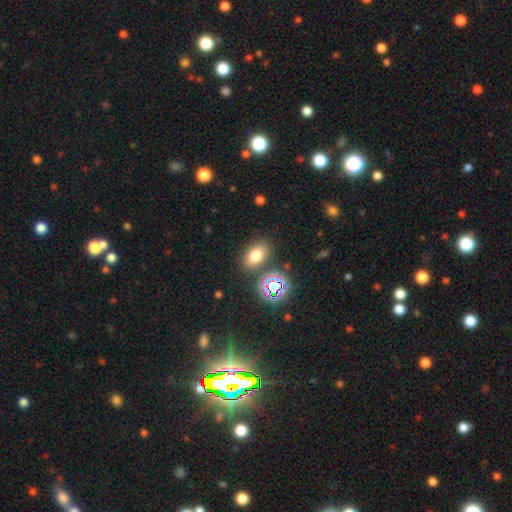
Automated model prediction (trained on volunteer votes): This is likely a smooth galaxy (69%). How rounded: likely in between (79%). Merging: likely none (80%).